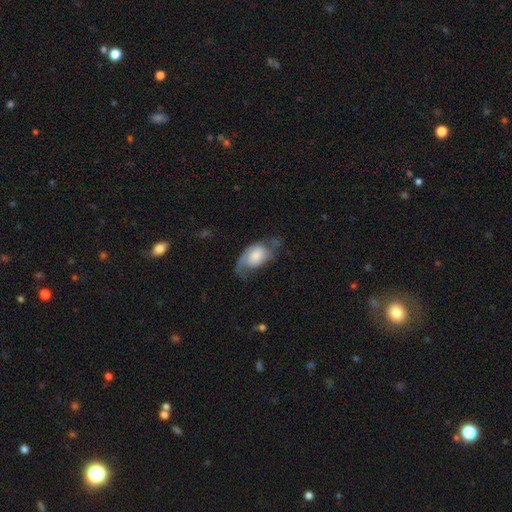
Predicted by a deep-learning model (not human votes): smooth_or_featured: featured or disk (p=0.51) [alt: smooth p=0.42]
disk_edge_on: no (p=0.94) [alt: yes p=0.06]
merging: none (p=0.35) [alt: major disturbance p=0.34]